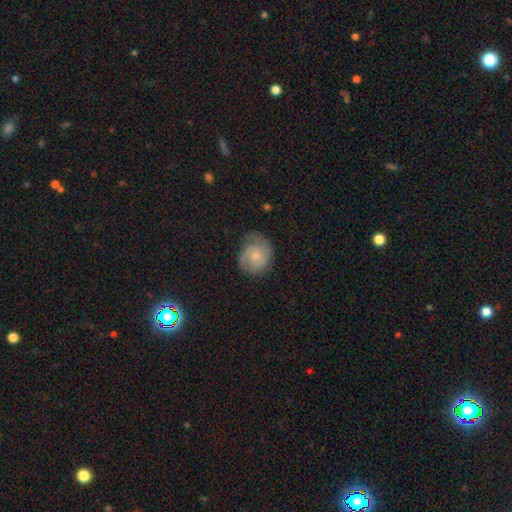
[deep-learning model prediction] Smooth or featured? featured or disk (53%)
Edge-on disk? no (97%)
Bar? no (76%)
Spiral arms? yes (87%)
Bulge size? small (57%)
Merging? none (62%)